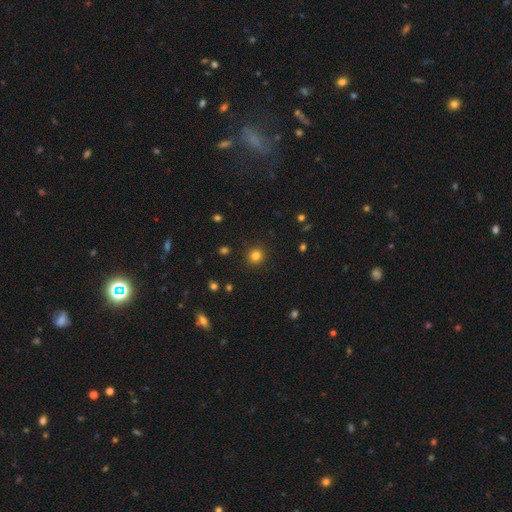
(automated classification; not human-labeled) smooth 81%, star or artifact 14%, featured or disk 5%. Down the decision tree: how rounded — round (92%); merging — none (91%).